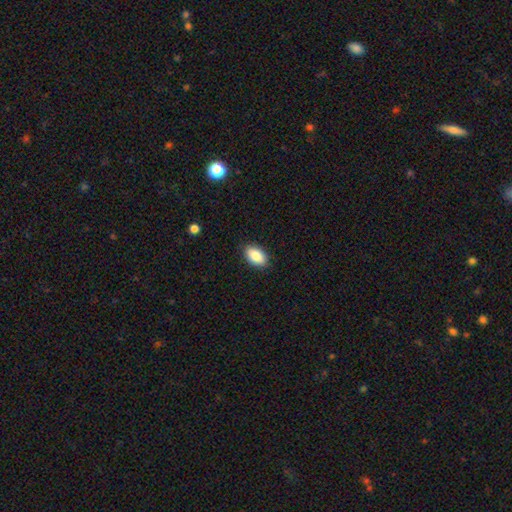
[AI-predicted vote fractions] smooth-or-featured: smooth: 87% | star or artifact: 7% | featured or disk: 6%
  how-rounded: in between: 92% | round: 6% | cigar-shaped: 2%
  merging: none: 88% | minor disturbance: 9% | major disturbance: 2% | merger: 1%